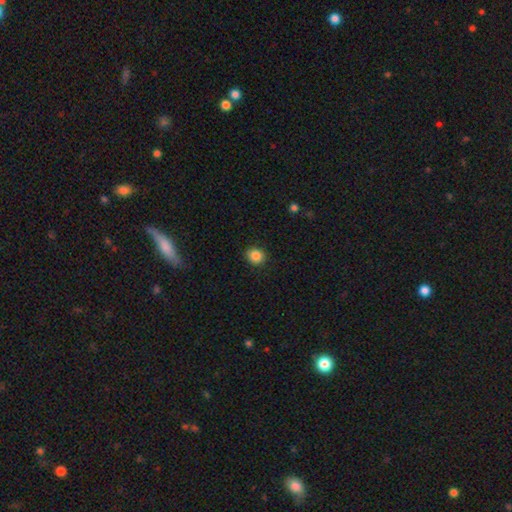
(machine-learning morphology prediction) Smooth or featured? smooth (86%)
How rounded? round (80%)
Merging? none (90%)